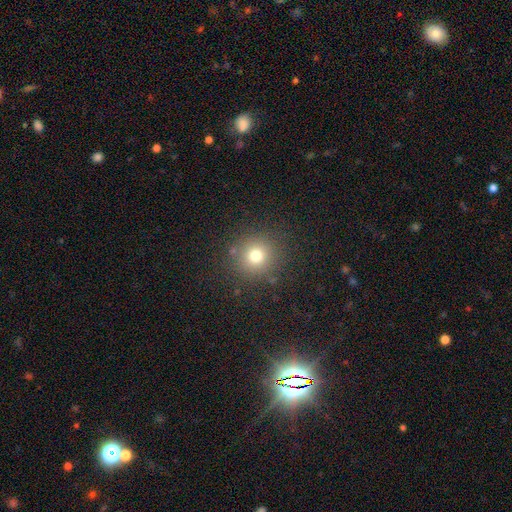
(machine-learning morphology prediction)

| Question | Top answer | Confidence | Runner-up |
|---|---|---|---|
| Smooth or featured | smooth | 74% | star or artifact (17%) |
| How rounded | round | 91% | in between (8%) |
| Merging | none | 86% | minor disturbance (8%) |